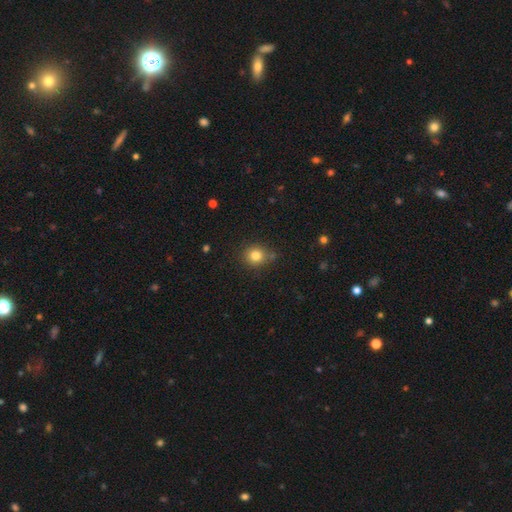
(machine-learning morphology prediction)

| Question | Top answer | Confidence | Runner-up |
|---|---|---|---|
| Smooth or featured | smooth | 82% | star or artifact (12%) |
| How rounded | round | 83% | in between (17%) |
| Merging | none | 78% | minor disturbance (14%) |